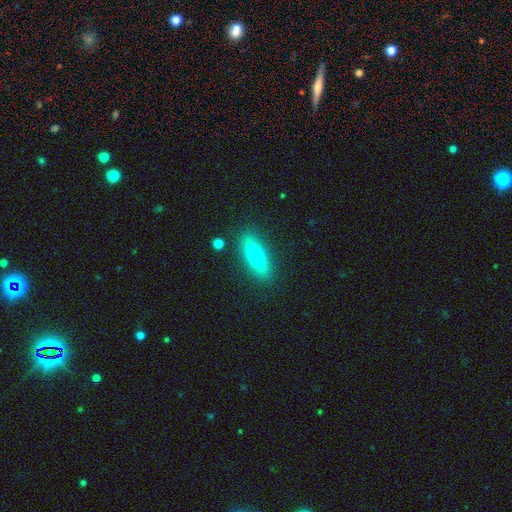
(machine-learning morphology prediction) The model was most divided on "smooth or featured": smooth: 57%, featured or disk: 36%, star or artifact: 7%. More confident: merging — none (87%); how rounded — cigar-shaped (64%).